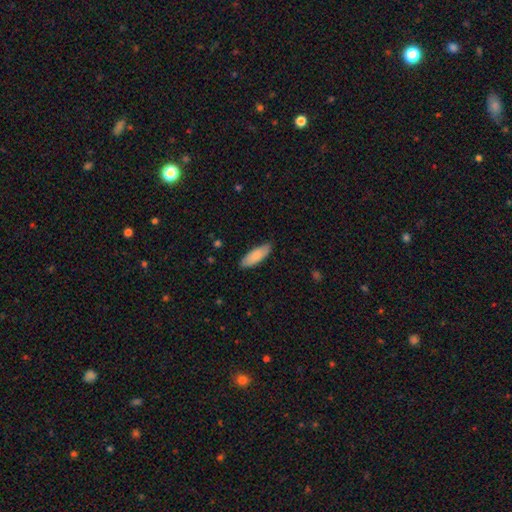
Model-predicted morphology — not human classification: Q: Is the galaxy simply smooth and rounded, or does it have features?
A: smooth — 84%.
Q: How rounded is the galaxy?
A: in between — 66%.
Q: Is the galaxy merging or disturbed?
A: none — 85%.